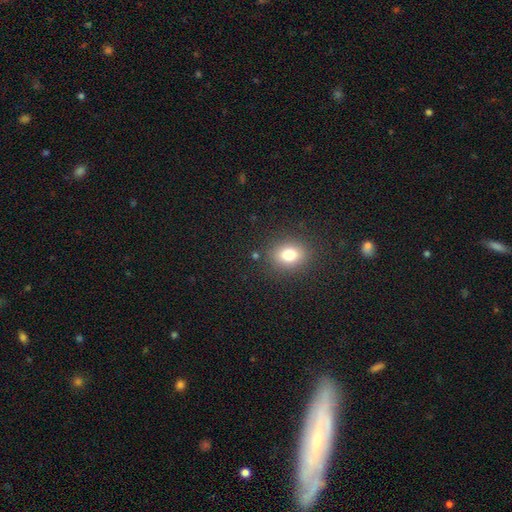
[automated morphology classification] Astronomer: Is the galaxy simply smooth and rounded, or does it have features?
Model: smooth — 76%.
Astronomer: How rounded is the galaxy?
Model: in between — 50% (runner-up: round, 48%).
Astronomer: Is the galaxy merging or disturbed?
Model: none — 88%.